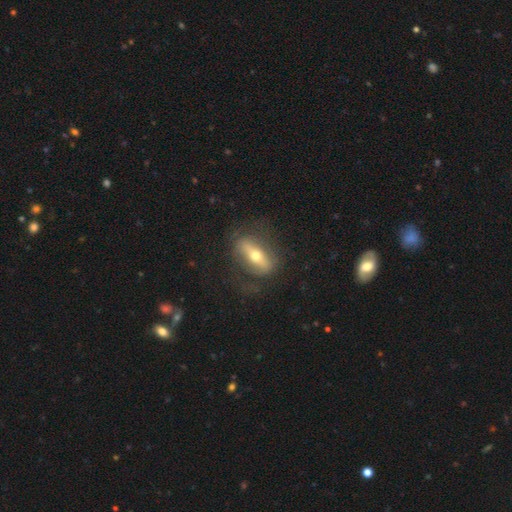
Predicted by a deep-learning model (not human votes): Smooth or featured?
  - featured or disk: 60% *
  - smooth: 33%
  - star or artifact: 7%
Edge-on disk?
  - no: 61% *
  - yes: 39%
Merging?
  - none: 70% *
  - minor disturbance: 16%
  - major disturbance: 13%
  - merger: 1%